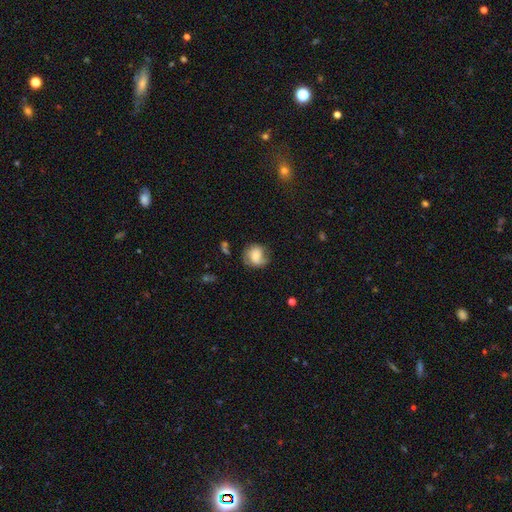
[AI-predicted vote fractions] A smooth galaxy with no disk features (48%). Merging: none (61%).